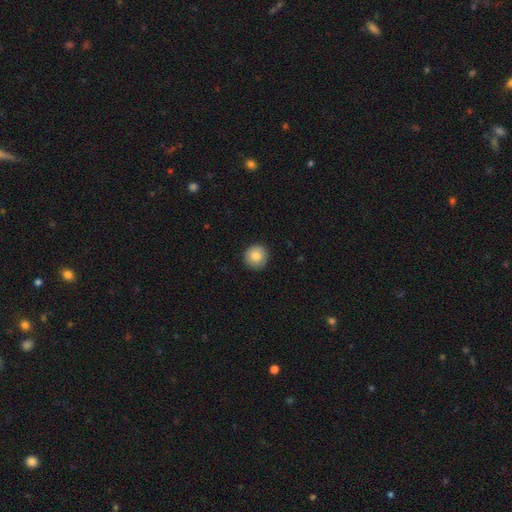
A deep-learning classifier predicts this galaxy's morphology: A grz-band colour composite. It shows a smooth galaxy with no disk features (83%) that is round (95%). Merging: none (92%).